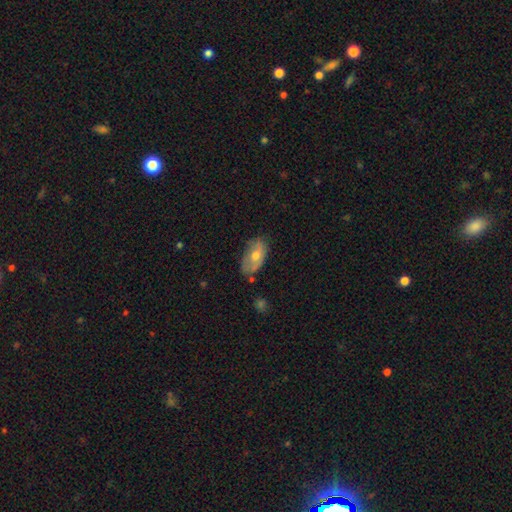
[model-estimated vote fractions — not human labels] smooth_or_featured: smooth (p=0.56) [alt: featured or disk p=0.37]
how_rounded: in between (p=0.91) [alt: round p=0.05]
merging: none (p=0.62) [alt: minor disturbance p=0.28]